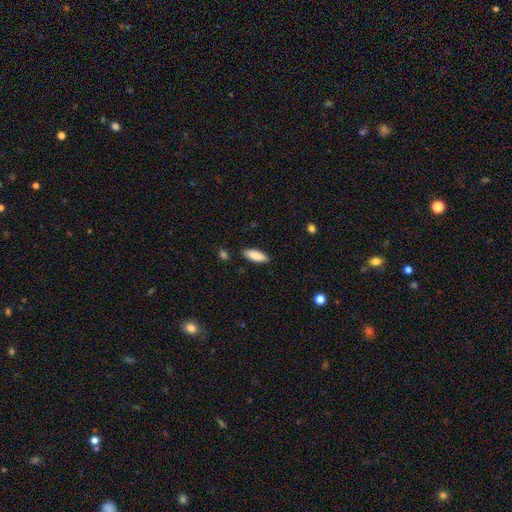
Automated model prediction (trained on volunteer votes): Smooth or featured: smooth — 88% (featured or disk — 6%)
How rounded: in between — 66% (cigar-shaped — 32%)
Merging: none — 87% (minor disturbance — 9%)